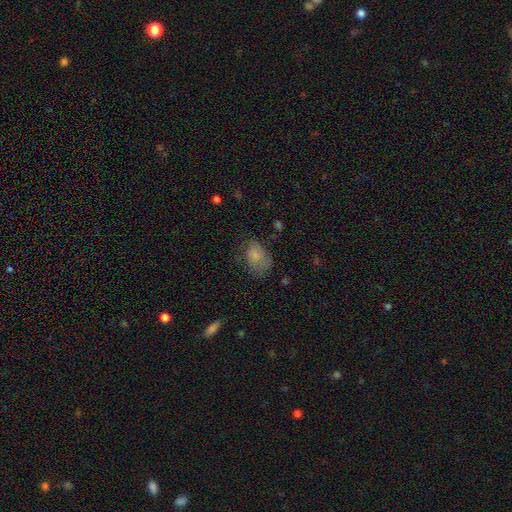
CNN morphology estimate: smooth_or_featured: smooth (p=0.76) [alt: featured or disk p=0.14]
how_rounded: in between (p=0.78) [alt: round p=0.20]
merging: none (p=0.46) [alt: minor disturbance p=0.31]